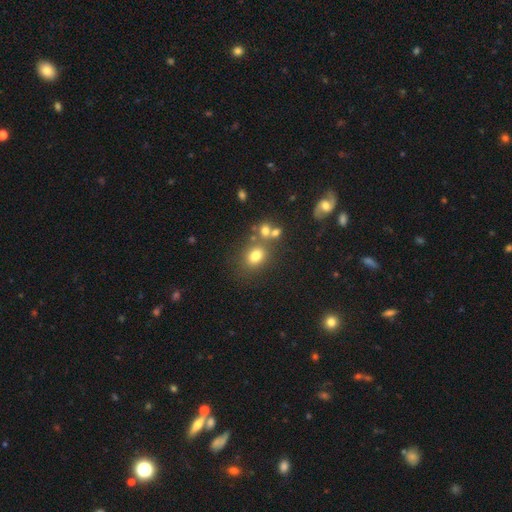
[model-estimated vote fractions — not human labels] A smooth galaxy with no disk features (75%) that is round (52%). Merging: none (62%).